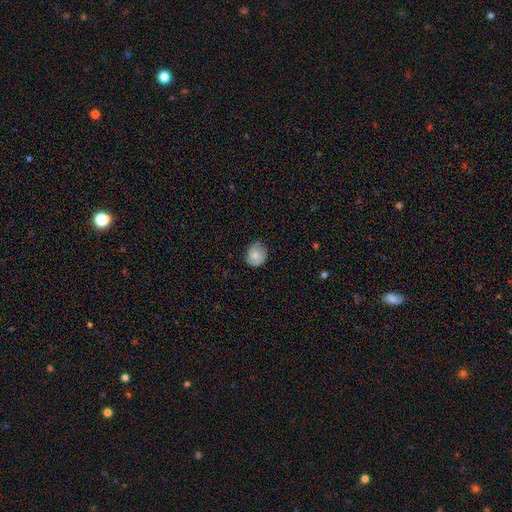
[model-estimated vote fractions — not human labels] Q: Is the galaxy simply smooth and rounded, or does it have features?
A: smooth — 77%.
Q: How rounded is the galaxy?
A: round — 67%.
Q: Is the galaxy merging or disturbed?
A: none — 64%.